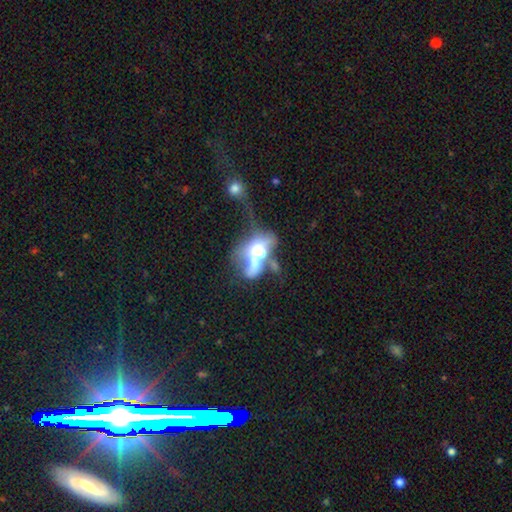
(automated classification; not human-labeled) Morphology: type=featured or disk (46%); merging=merger (58%).